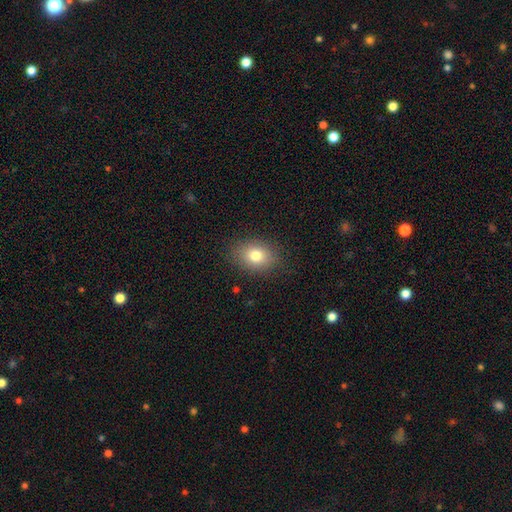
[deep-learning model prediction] This is likely a smooth galaxy (79%). How rounded: likely in between (67%). Merging: clearly none (87%).